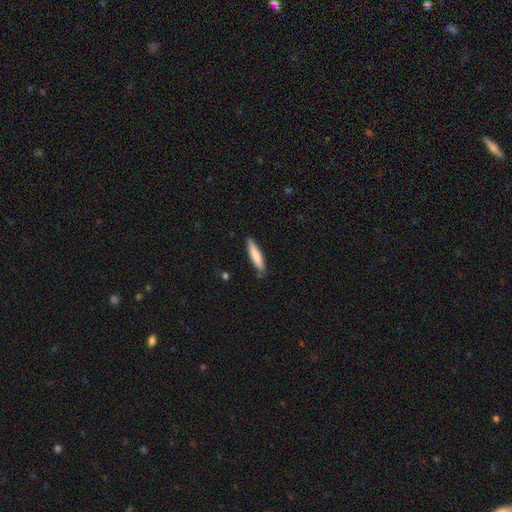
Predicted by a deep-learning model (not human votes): Smooth or featured? smooth (78%)
How rounded? cigar-shaped (84%)
Merging? none (81%)